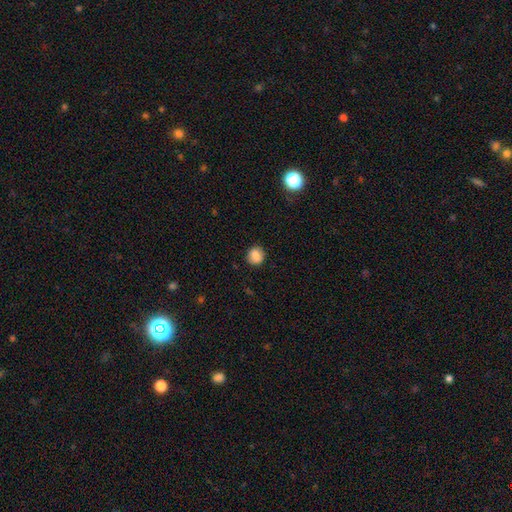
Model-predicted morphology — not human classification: The model was most divided on "how rounded": round: 77%, in between: 22%, cigar-shaped: 1%. More confident: merging — none (85%); smooth or featured — smooth (84%).